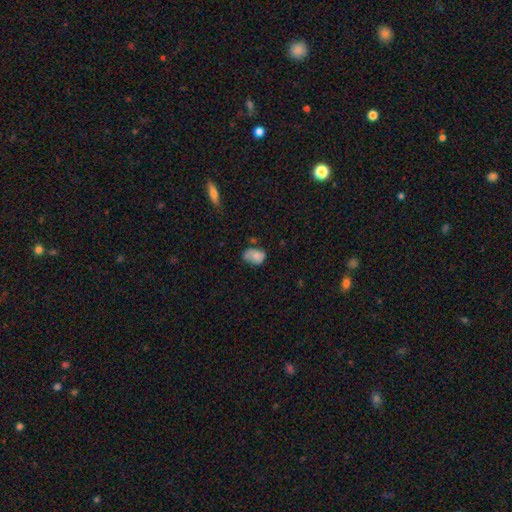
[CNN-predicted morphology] Smooth or featured: smooth — 71% (featured or disk — 20%)
How rounded: in between — 80% (round — 19%)
Merging: none — 46% (minor disturbance — 37%)